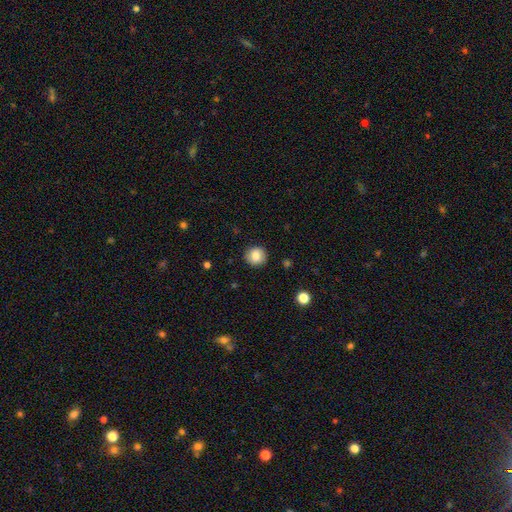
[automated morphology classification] Smooth or featured?
  - smooth: 84% *
  - star or artifact: 9%
  - featured or disk: 7%
How rounded?
  - round: 91% *
  - in between: 8%
  - cigar-shaped: 1%
Merging?
  - none: 90% *
  - minor disturbance: 7%
  - major disturbance: 2%
  - merger: 1%